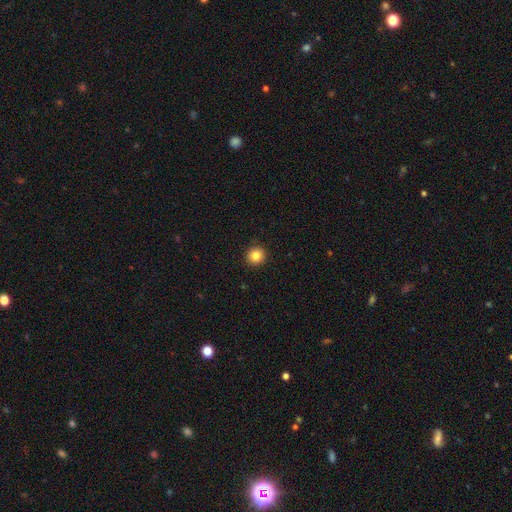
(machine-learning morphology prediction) type=smooth (85%); roundness=round (92%); merging=none (92%).